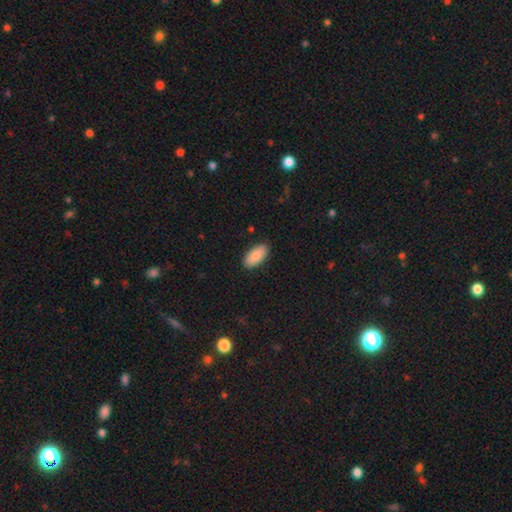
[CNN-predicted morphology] Smooth or featured? smooth (87%)
How rounded? in between (93%)
Merging? none (88%)